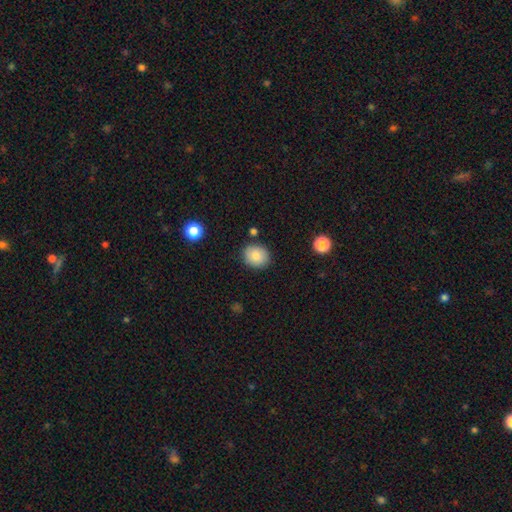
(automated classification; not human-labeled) Q: Smooth or featured?
A: smooth (84%); runner-up: star or artifact (8%)
Q: How rounded?
A: round (70%); runner-up: in between (29%)
Q: Merging?
A: none (86%); runner-up: minor disturbance (10%)